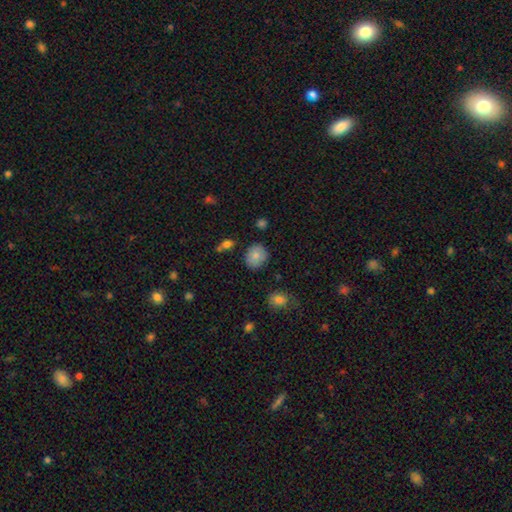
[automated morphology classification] Smooth or featured? Predicted: smooth (p=0.81). How rounded? Predicted: round (p=0.64). Merging? Predicted: none (p=0.79).